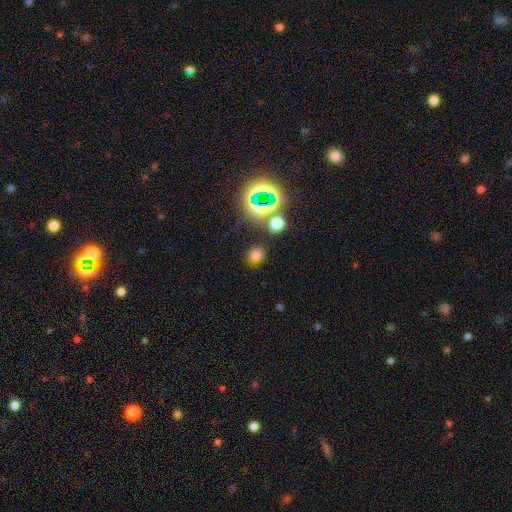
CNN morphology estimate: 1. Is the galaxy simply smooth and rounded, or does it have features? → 61% smooth, 31% star or artifact, 8% featured or disk.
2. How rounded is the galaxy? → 61% round, 38% in between, 1% cigar-shaped.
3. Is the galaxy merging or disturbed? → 78% none, 11% minor disturbance, 5% merger, 5% major disturbance.